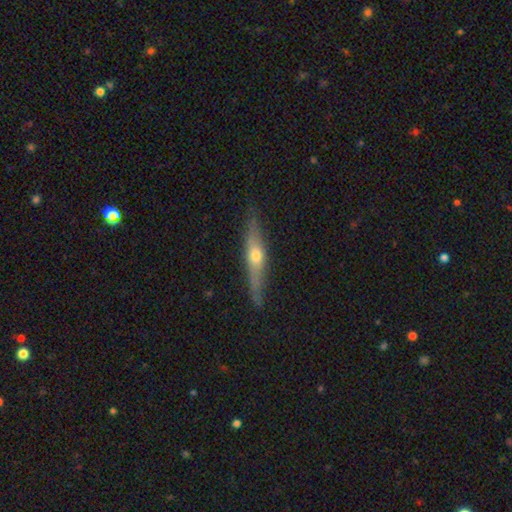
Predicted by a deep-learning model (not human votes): featured or disk 62%, smooth 32%, star or artifact 6%. Down the decision tree: edge-on disk — yes (92%); edge-on bulge — rounded (89%); merging — none (85%).